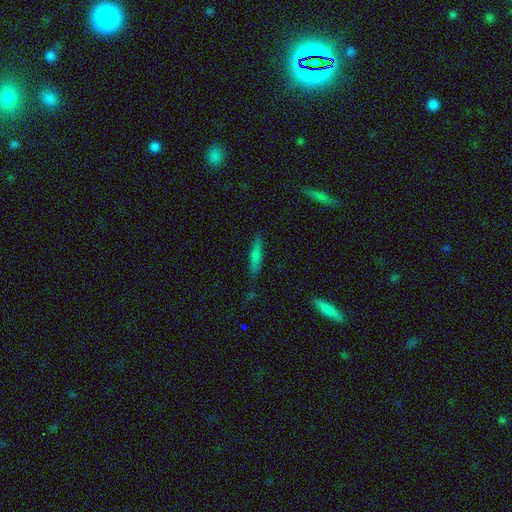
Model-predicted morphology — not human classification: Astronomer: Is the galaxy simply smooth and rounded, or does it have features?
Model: smooth — 73%.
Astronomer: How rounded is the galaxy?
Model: cigar-shaped — 85%.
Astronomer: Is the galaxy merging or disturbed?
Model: none — 85%.